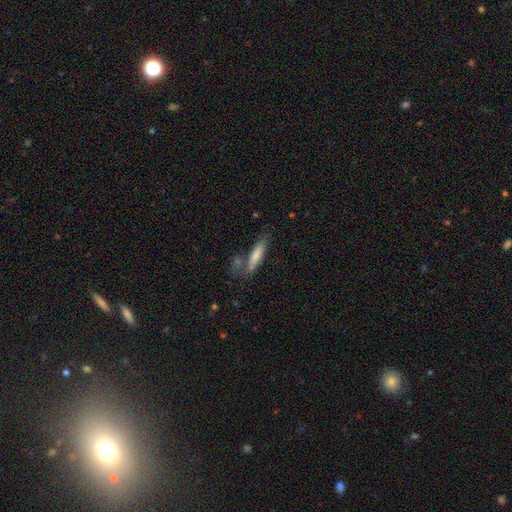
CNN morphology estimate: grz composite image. It shows a smooth galaxy with no disk features (76%) that is cigar-shaped (78%). Merging: none (61%).